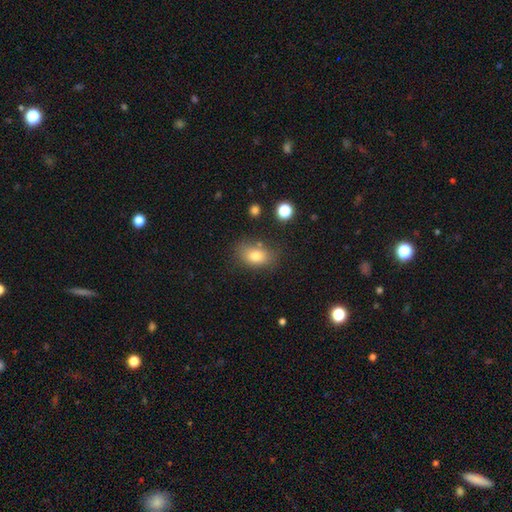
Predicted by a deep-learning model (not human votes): This appears to be a smooth galaxy with no disk features (78%) that is in between round and cigar-shaped (81%). Merging: none (71%).